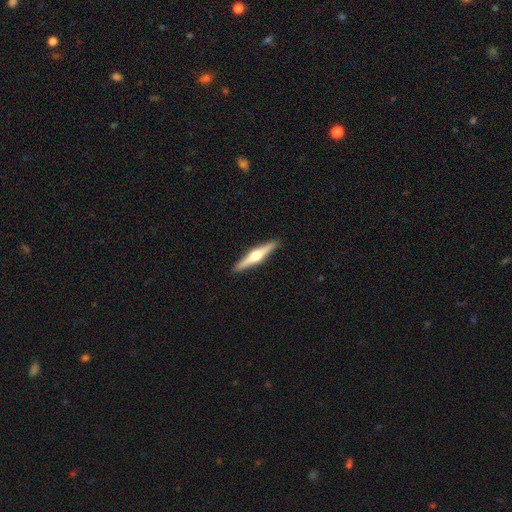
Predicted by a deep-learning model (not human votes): featured or disk 72%, smooth 23%, star or artifact 5%. Down the decision tree: edge-on disk — yes (98%); edge-on bulge — rounded (95%); merging — none (92%).